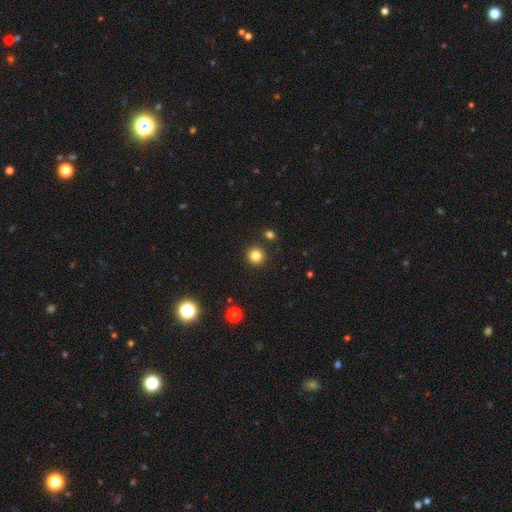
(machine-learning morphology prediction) This is clearly a smooth galaxy (83%). How rounded: clearly round (94%). Merging: clearly none (90%).